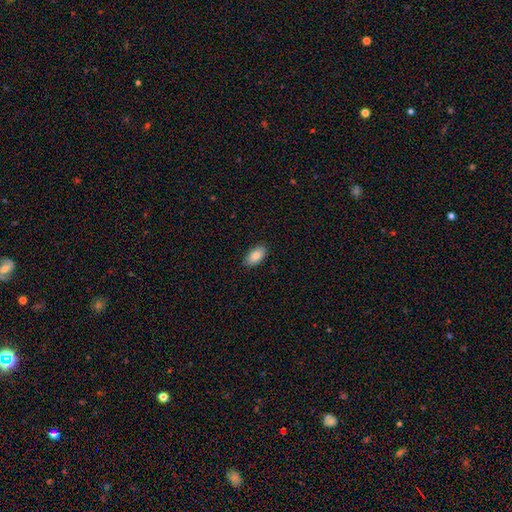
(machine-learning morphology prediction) smooth_or_featured: smooth (p=0.86) [alt: featured or disk p=0.07]
how_rounded: in between (p=0.93) [alt: cigar-shaped p=0.04]
merging: none (p=0.88) [alt: minor disturbance p=0.09]